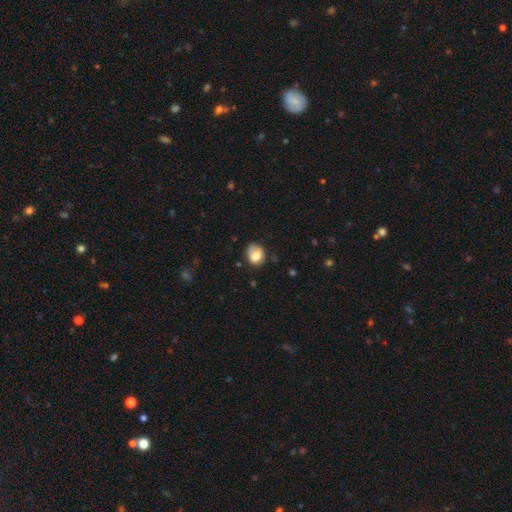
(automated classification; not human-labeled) Smooth or featured?
  - smooth: 79% *
  - featured or disk: 12%
  - star or artifact: 9%
How rounded?
  - round: 57% *
  - in between: 42%
  - cigar-shaped: 1%
Merging?
  - none: 55% *
  - minor disturbance: 30%
  - major disturbance: 11%
  - merger: 4%